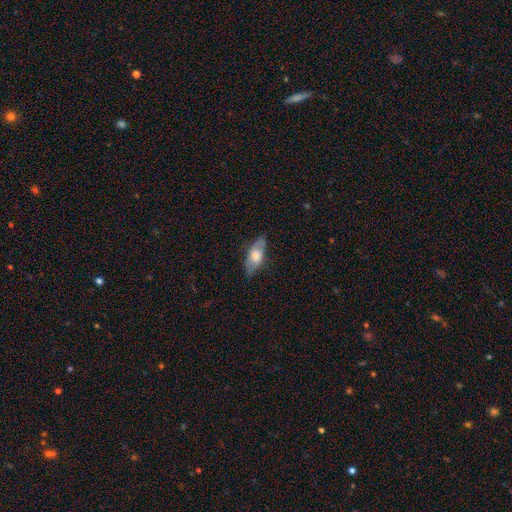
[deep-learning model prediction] A smooth galaxy with no disk features (61%) that is in between round and cigar-shaped (77%).

Vote fractions:
- Smooth or featured? smooth: 61% / featured or disk: 33% / star or artifact: 6%
- How rounded? in between: 77% / cigar-shaped: 20% / round: 3%
- Merging? none: 77% / minor disturbance: 18% / major disturbance: 4% / merger: 1%